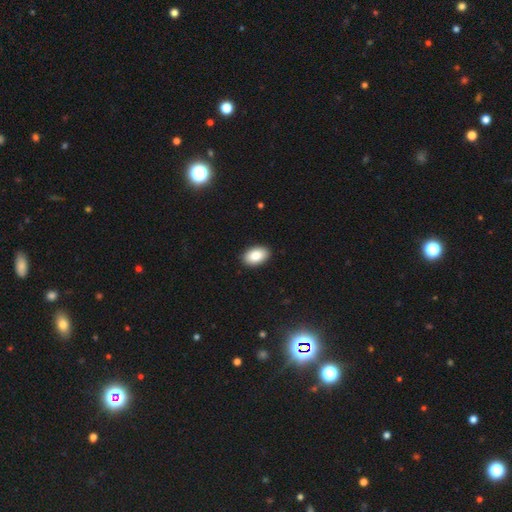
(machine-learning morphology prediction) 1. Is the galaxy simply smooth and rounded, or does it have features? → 86% smooth, 7% star or artifact, 7% featured or disk.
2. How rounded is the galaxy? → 92% in between, 6% round, 1% cigar-shaped.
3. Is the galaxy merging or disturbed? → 90% none, 7% minor disturbance, 2% major disturbance, 1% merger.